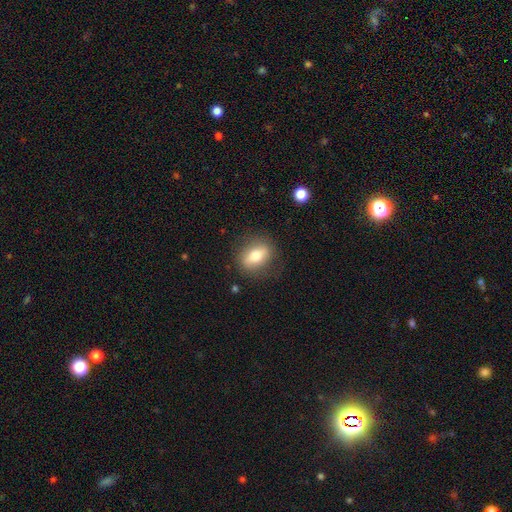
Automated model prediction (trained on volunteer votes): This appears to be a smooth galaxy with no disk features (61%) that is in between round and cigar-shaped (68%). Merging: none (82%).